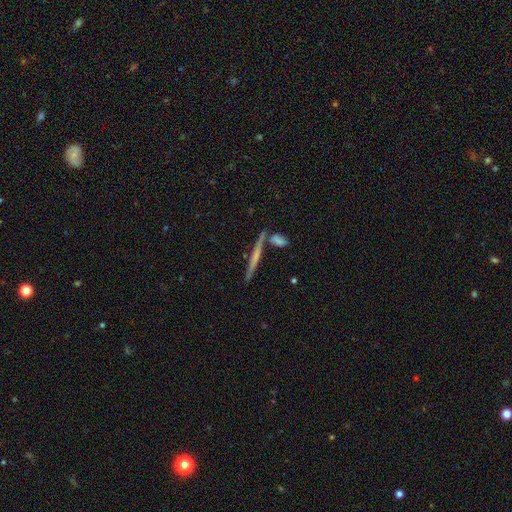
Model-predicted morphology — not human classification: Smooth or featured? Predicted: featured or disk (p=0.55). Edge-on disk? Predicted: yes (p=0.96). Edge-on bulge? Predicted: none (p=0.67). Merging? Predicted: none (p=0.78).